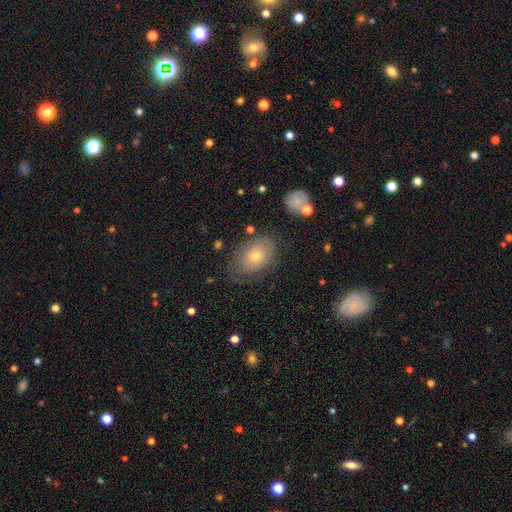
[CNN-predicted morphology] smooth-or-featured: smooth: 61% | featured or disk: 28% | star or artifact: 11%
  how-rounded: in between: 82% | round: 17% | cigar-shaped: 1%
  merging: none: 68% | minor disturbance: 21% | major disturbance: 9% | merger: 2%